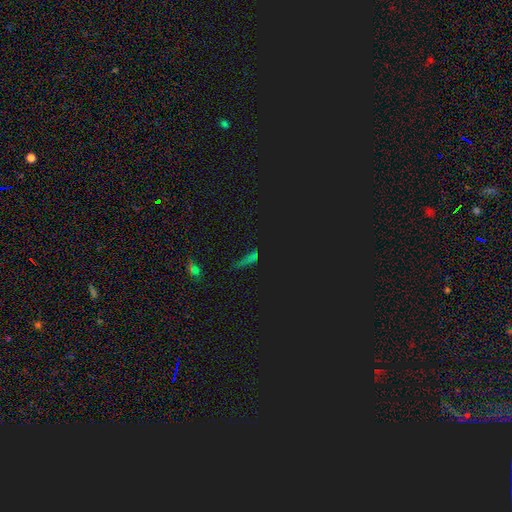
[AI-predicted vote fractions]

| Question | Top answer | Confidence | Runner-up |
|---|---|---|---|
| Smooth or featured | star or artifact | 72% | smooth (19%) |